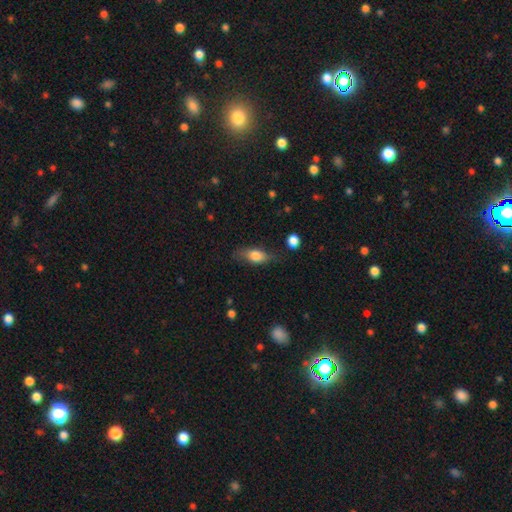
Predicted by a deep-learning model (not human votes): Morphology: type=smooth (68%); roundness=in between (74%); merging=none (70%).